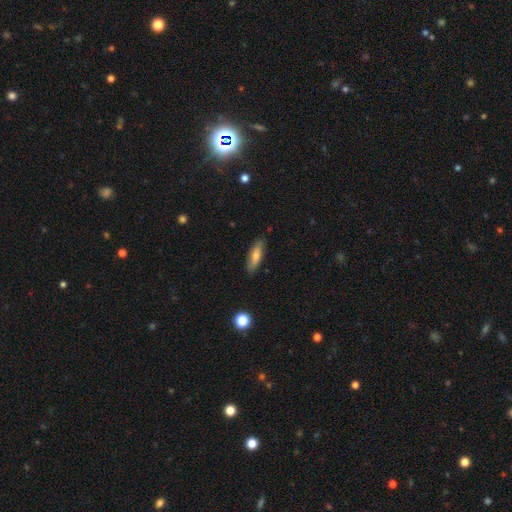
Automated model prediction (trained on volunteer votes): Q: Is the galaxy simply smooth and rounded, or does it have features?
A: smooth — 67%.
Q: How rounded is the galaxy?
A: cigar-shaped — 54%.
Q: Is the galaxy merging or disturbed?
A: none — 84%.